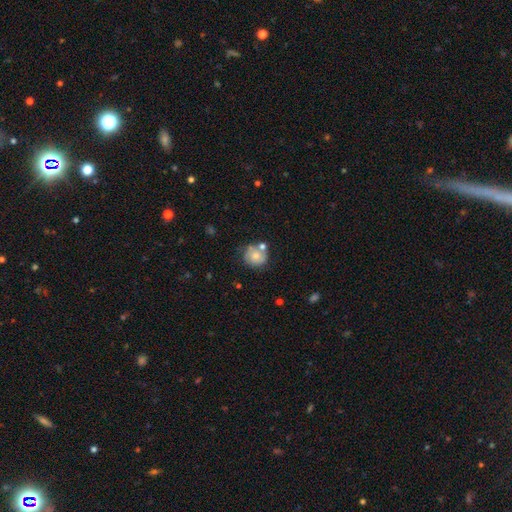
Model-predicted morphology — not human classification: Q: Smooth or featured?
A: smooth (67%); runner-up: featured or disk (24%)
Q: How rounded?
A: round (85%); runner-up: in between (14%)
Q: Merging?
A: none (58%); runner-up: minor disturbance (18%)